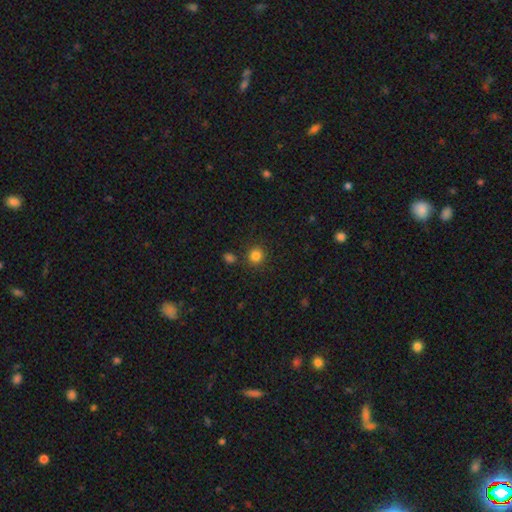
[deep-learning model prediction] smooth 83%, star or artifact 12%, featured or disk 5%. Down the decision tree: how rounded — round (91%); merging — none (86%).